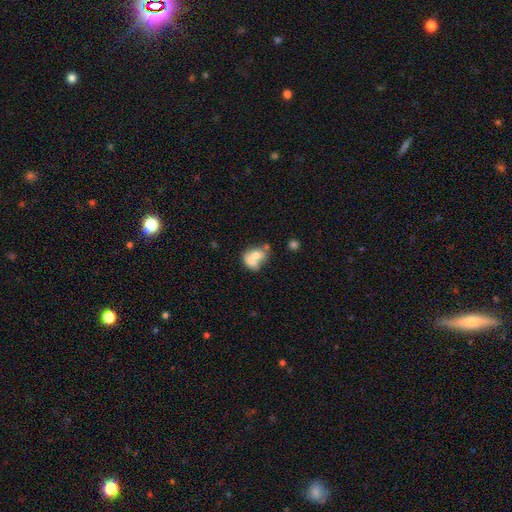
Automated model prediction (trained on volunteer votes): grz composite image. It shows a smooth galaxy with no disk features (65%) that is in between round and cigar-shaped (58%). Merging: merger (64%).